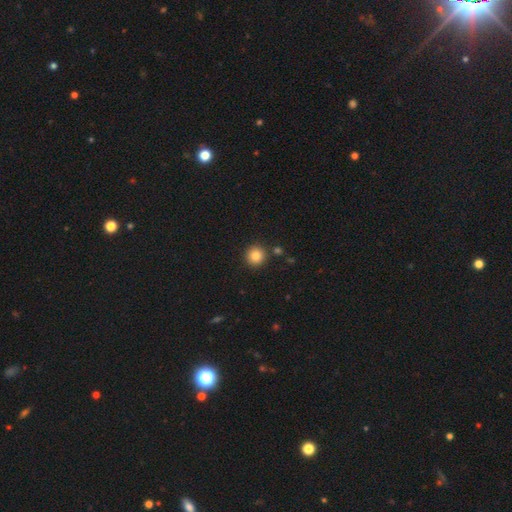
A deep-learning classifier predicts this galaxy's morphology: Smooth or featured?
  - smooth: 84% *
  - star or artifact: 11%
  - featured or disk: 5%
How rounded?
  - round: 94% *
  - in between: 5%
  - cigar-shaped: 1%
Merging?
  - none: 88% *
  - minor disturbance: 6%
  - merger: 4%
  - major disturbance: 2%